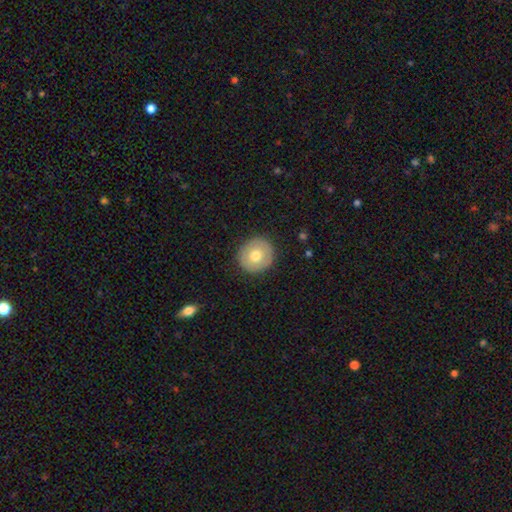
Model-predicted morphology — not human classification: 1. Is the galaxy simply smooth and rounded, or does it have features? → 67% smooth, 26% featured or disk, 7% star or artifact.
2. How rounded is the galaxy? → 92% round, 7% in between, 1% cigar-shaped.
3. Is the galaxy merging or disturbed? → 90% none, 7% minor disturbance, 2% major disturbance, 1% merger.